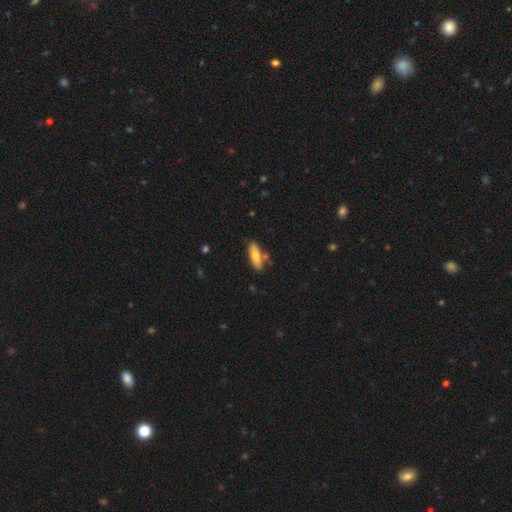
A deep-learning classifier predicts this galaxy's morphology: type=smooth (75%); roundness=in between (50%); merging=none (75%).